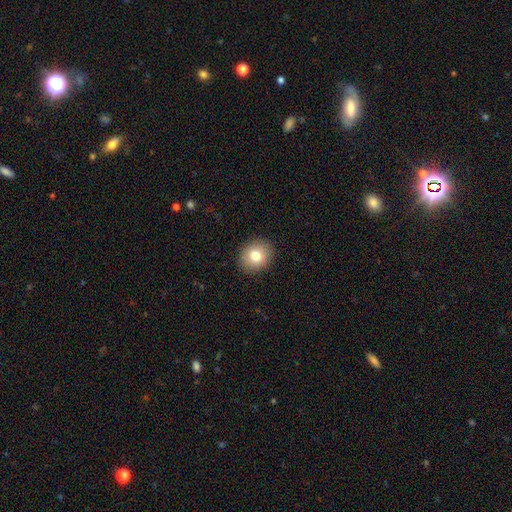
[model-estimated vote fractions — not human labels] Overall: smooth (80%). How rounded: round (62%; in between 37%). Merging: none (89%).